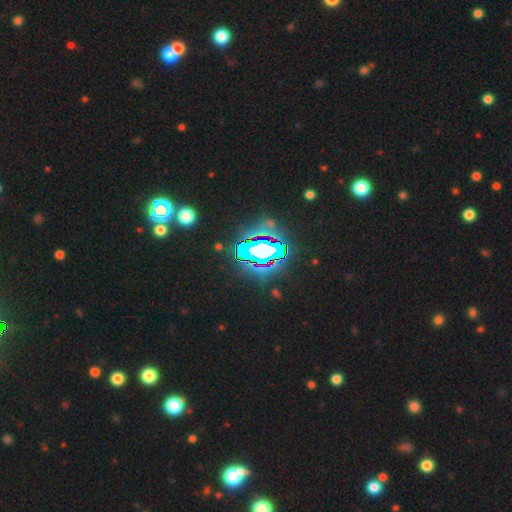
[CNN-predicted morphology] A star or artifact, not a galaxy (70%).

Vote fractions:
- Smooth or featured? star or artifact: 70% / featured or disk: 15% / smooth: 15%